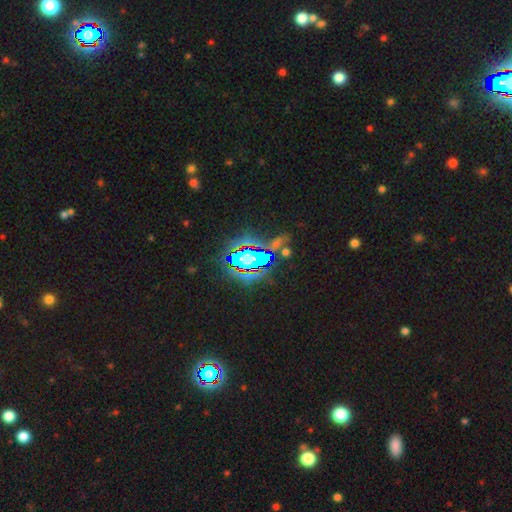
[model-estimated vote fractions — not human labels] This is clearly a star or artifact rather than a galaxy (83%).